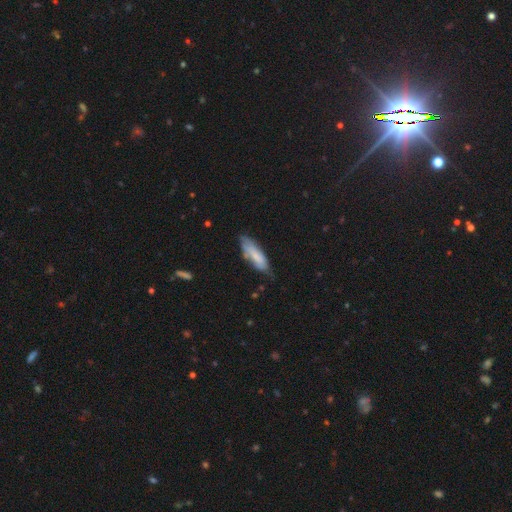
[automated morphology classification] A smooth galaxy with no disk features (68%) that is in between round and cigar-shaped (55%).

Vote fractions:
- Smooth or featured? smooth: 68% / featured or disk: 26% / star or artifact: 6%
- How rounded? in between: 55% / cigar-shaped: 43% / round: 2%
- Merging? none: 54% / minor disturbance: 34% / major disturbance: 8% / merger: 4%